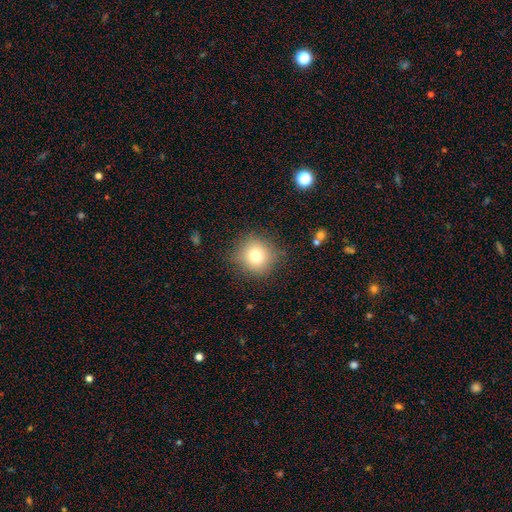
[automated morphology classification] Smooth or featured?
  - smooth: 77% *
  - star or artifact: 12%
  - featured or disk: 11%
How rounded?
  - round: 90% *
  - in between: 9%
  - cigar-shaped: 1%
Merging?
  - none: 83% *
  - minor disturbance: 12%
  - major disturbance: 4%
  - merger: 1%